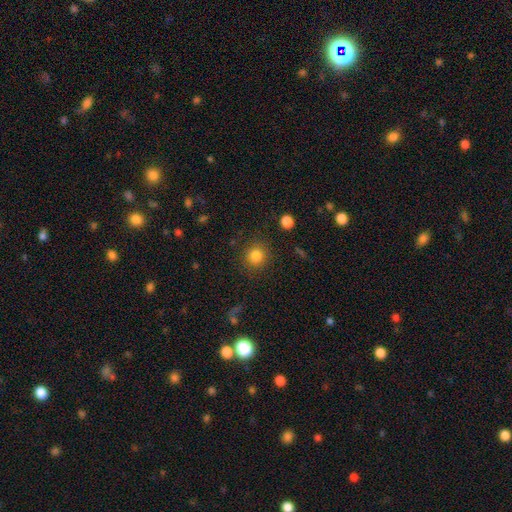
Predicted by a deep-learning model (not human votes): Smooth or featured? smooth (83%)
How rounded? round (90%)
Merging? none (86%)